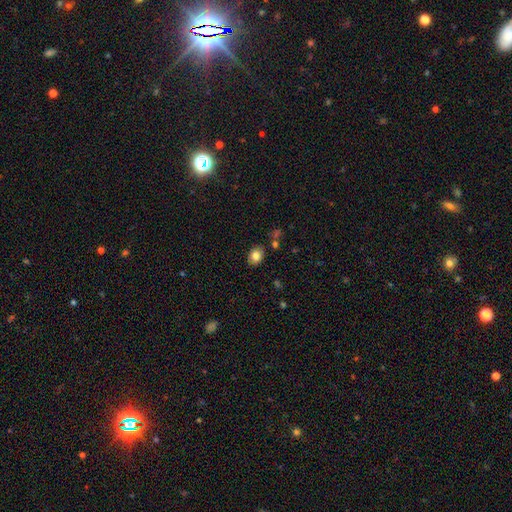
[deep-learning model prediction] Smooth or featured? Predicted: smooth (p=0.81). How rounded? Predicted: in between (p=0.64). Merging? Predicted: none (p=0.84).